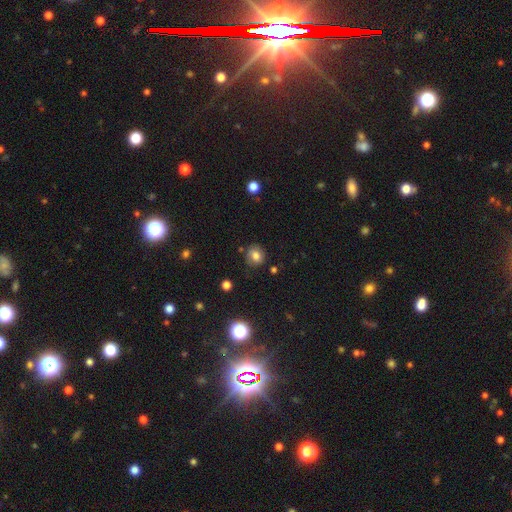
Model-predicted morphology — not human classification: The model was most divided on "how rounded": round: 72%, in between: 27%, cigar-shaped: 1%. More confident: merging — none (74%); smooth or featured — smooth (72%).